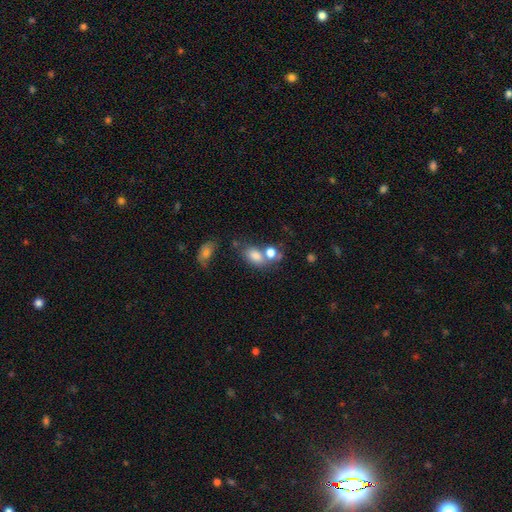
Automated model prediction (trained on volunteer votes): Smooth or featured?
  - smooth: 76% *
  - star or artifact: 13%
  - featured or disk: 12%
How rounded?
  - in between: 74% *
  - round: 24%
  - cigar-shaped: 2%
Merging?
  - none: 40% *
  - merger: 39%
  - minor disturbance: 14%
  - major disturbance: 8%